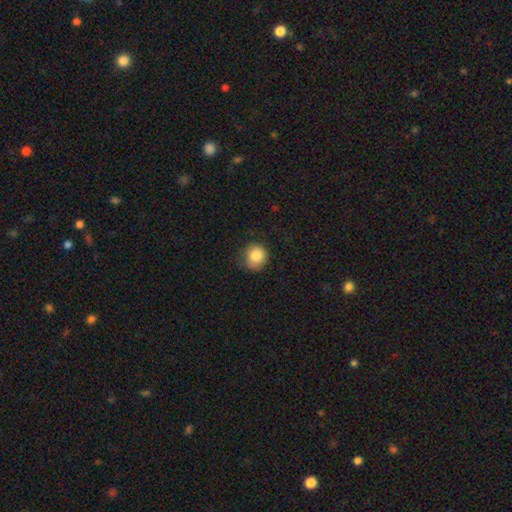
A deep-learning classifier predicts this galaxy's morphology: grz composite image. It shows a smooth galaxy with no disk features (84%) that is round (90%). Merging: none (75%).